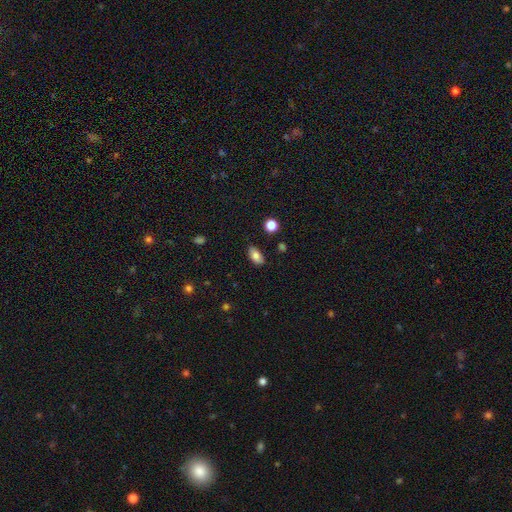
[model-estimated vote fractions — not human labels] A smooth galaxy with no disk features (79%) that is in between round and cigar-shaped (91%). Merging: none (83%).